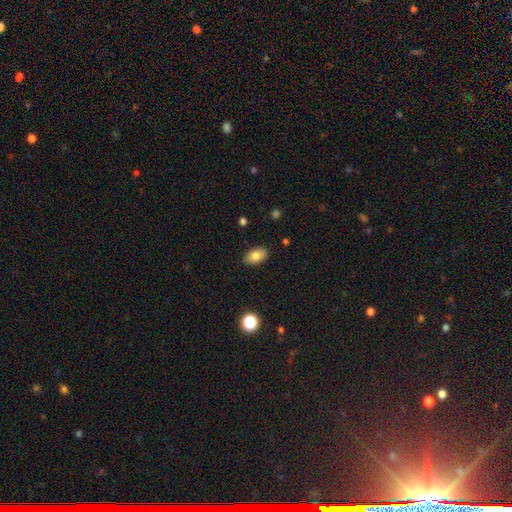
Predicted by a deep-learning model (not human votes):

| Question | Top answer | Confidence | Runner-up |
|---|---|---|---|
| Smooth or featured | smooth | 82% | featured or disk (10%) |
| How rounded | in between | 92% | round (6%) |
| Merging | none | 88% | minor disturbance (9%) |